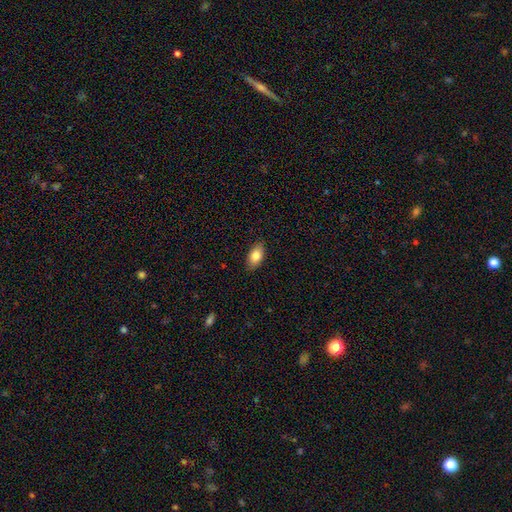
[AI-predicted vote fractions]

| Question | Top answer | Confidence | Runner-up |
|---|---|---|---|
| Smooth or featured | smooth | 82% | featured or disk (11%) |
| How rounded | in between | 91% | cigar-shaped (5%) |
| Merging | none | 87% | minor disturbance (10%) |